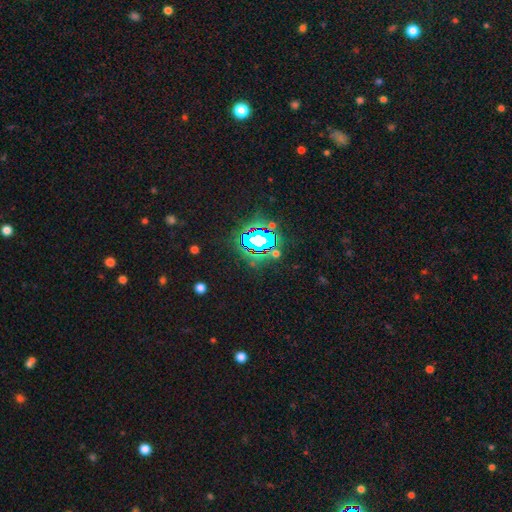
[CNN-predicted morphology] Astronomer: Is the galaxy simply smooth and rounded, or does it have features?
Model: star or artifact — 82%.